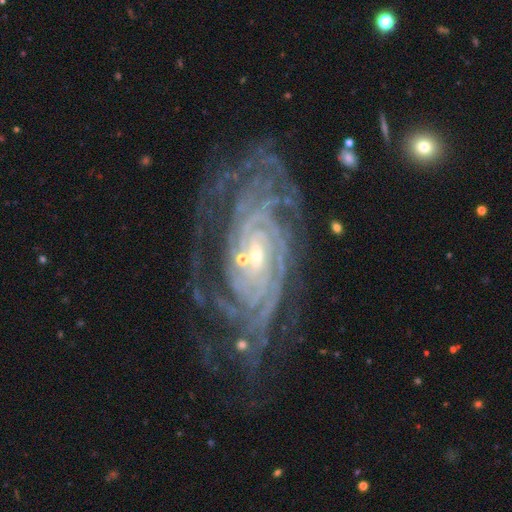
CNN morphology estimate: Smooth or featured? featured or disk (91%)
Edge-on disk? no (95%)
Bar? no (41%)
Spiral arms? yes (98%)
Spiral winding? tight (79%)
Spiral arm count? more than 4 (25%)
Bulge size? small (67%)
Merging? none (70%)